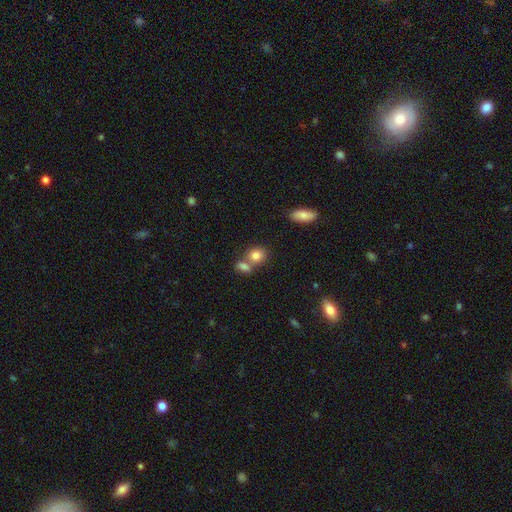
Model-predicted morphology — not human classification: smooth-or-featured: smooth: 82% | star or artifact: 9% | featured or disk: 9%
  how-rounded: round: 57% | in between: 42% | cigar-shaped: 1%
  merging: none: 46% | merger: 42% | minor disturbance: 9% | major disturbance: 3%